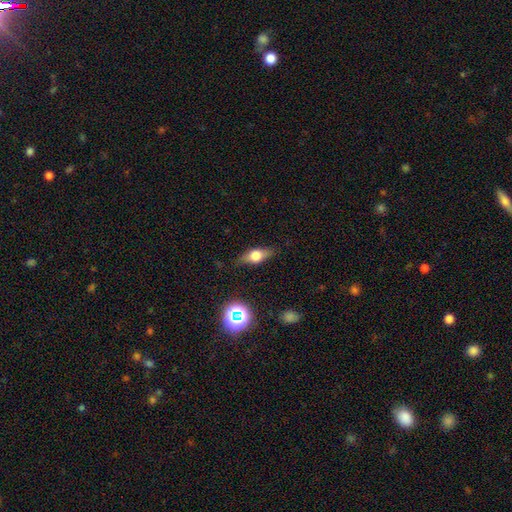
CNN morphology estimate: smooth_or_featured: smooth (p=0.54) [alt: featured or disk p=0.35]
how_rounded: in between (p=0.68) [alt: cigar-shaped p=0.21]
merging: none (p=0.82) [alt: minor disturbance p=0.13]